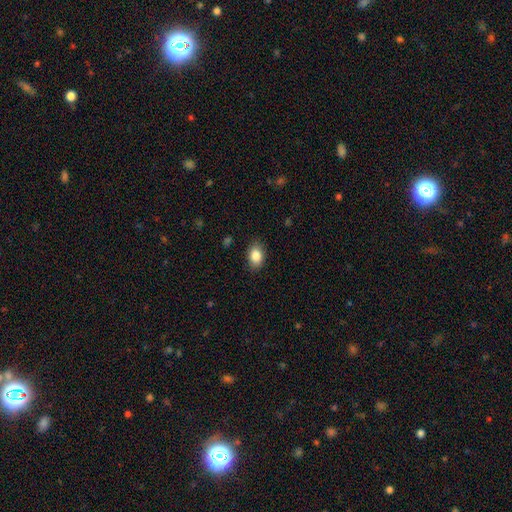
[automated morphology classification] This appears to be a smooth galaxy with no disk features (85%) that is in between round and cigar-shaped (82%). Merging: none (86%).